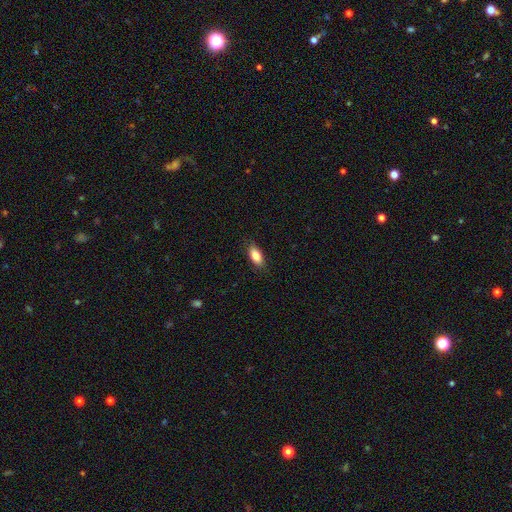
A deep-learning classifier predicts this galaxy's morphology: This appears to be a smooth galaxy with no disk features (84%) that is in between round and cigar-shaped (87%). Merging: none (86%).